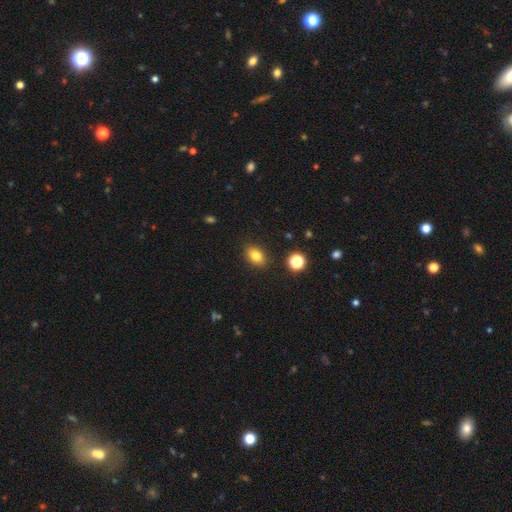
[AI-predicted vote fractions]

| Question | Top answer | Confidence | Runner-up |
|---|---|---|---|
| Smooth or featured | smooth | 81% | star or artifact (11%) |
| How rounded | in between | 76% | round (22%) |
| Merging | none | 87% | minor disturbance (9%) |